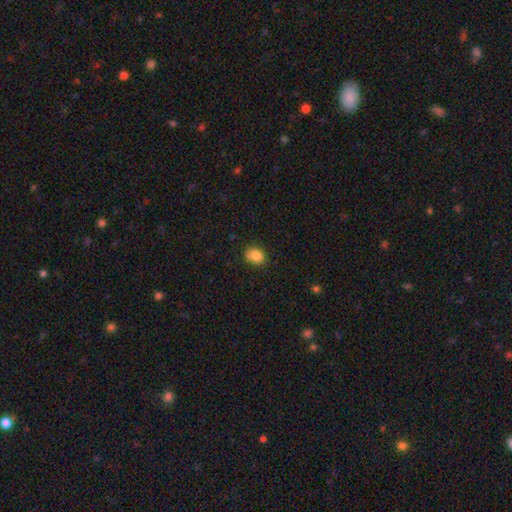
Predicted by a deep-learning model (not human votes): This is clearly a smooth galaxy (85%). How rounded: possibly in between (58%). Merging: clearly none (81%).